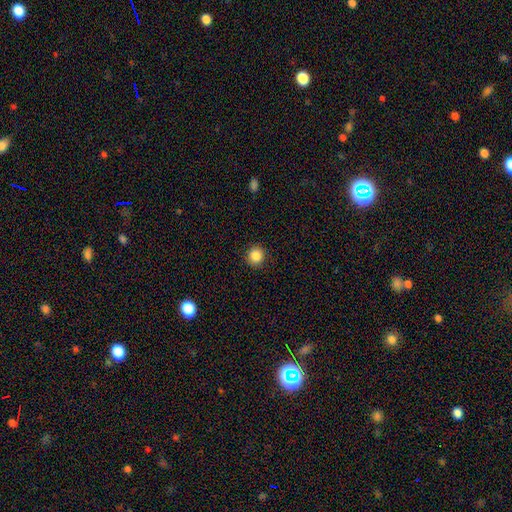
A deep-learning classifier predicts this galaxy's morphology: Smooth or featured? smooth (86%)
How rounded? round (92%)
Merging? none (91%)